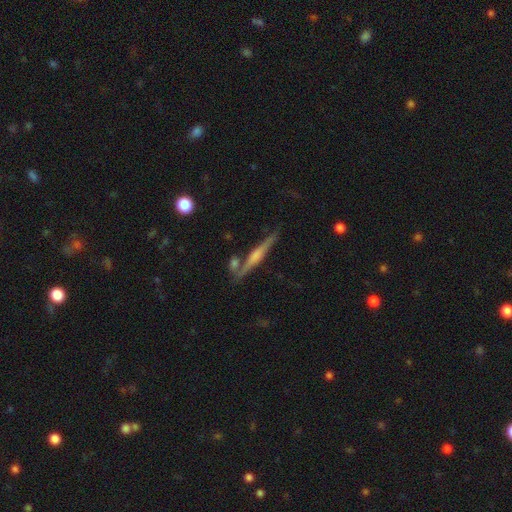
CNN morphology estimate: Smooth or featured? featured or disk (69%)
Edge-on disk? yes (96%)
Edge-on bulge? rounded (64%)
Merging? none (77%)